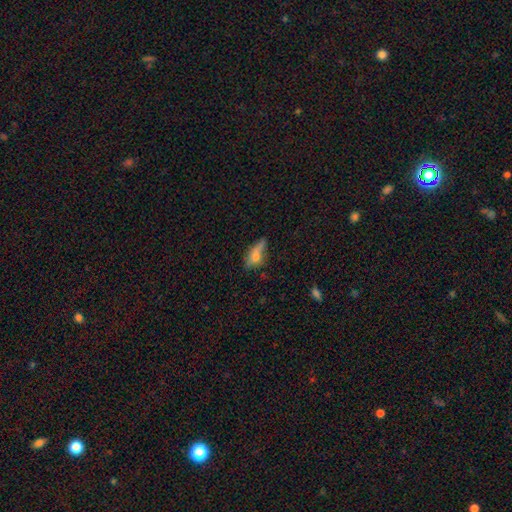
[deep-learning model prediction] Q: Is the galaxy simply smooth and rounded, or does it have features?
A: smooth — 60%.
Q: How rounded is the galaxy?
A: in between — 67%.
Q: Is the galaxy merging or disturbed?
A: none — 42%.